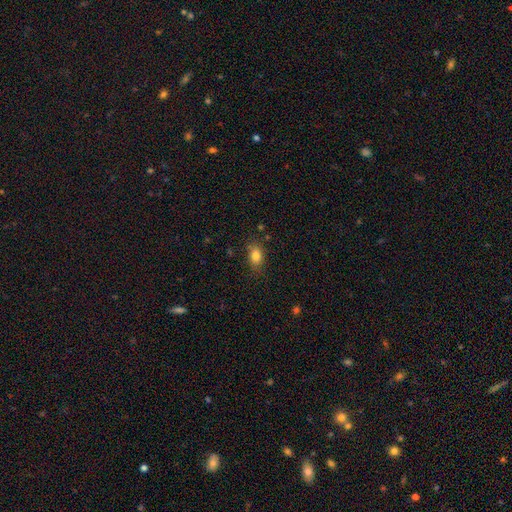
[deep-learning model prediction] Smooth or featured: smooth — 83% (star or artifact — 10%)
How rounded: in between — 79% (round — 19%)
Merging: none — 80% (minor disturbance — 15%)